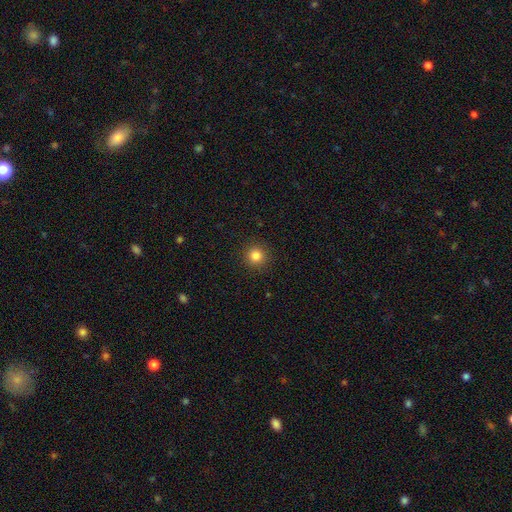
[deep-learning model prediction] Smooth or featured? Predicted: smooth (p=0.84). How rounded? Predicted: round (p=0.95). Merging? Predicted: none (p=0.92).